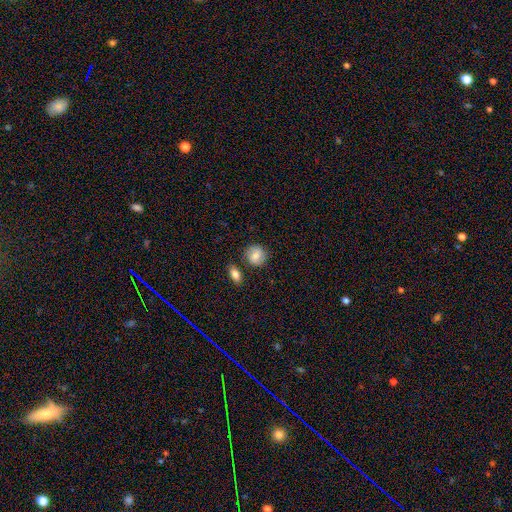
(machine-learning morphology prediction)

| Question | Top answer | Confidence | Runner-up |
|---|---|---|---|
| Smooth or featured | smooth | 73% | featured or disk (20%) |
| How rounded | round | 82% | in between (16%) |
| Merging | none | 77% | minor disturbance (13%) |